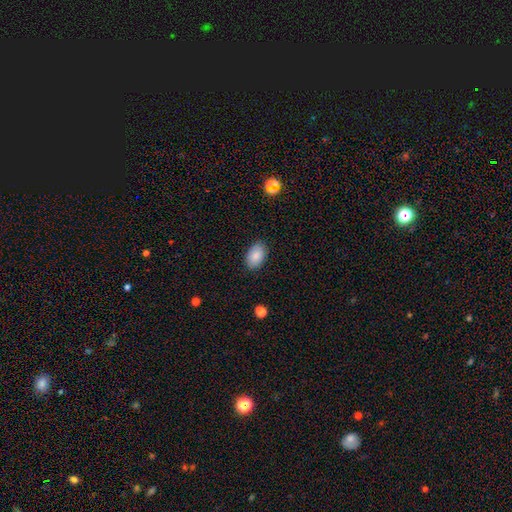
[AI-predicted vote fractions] Overall: smooth (87%). How rounded: in between (91%). Merging: none (86%).